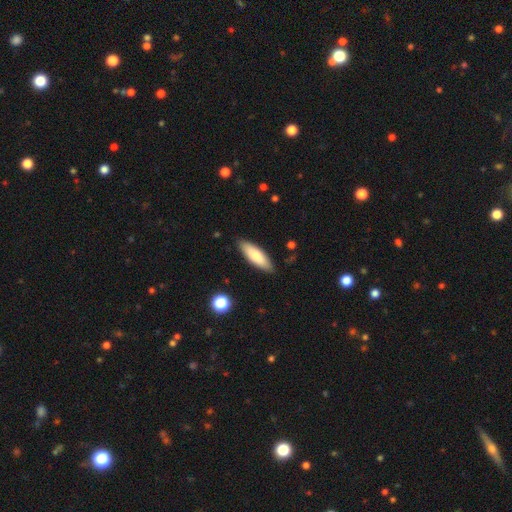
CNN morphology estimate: Overall: smooth (76%). How rounded: in between (55%; cigar-shaped 43%). Merging: none (87%).